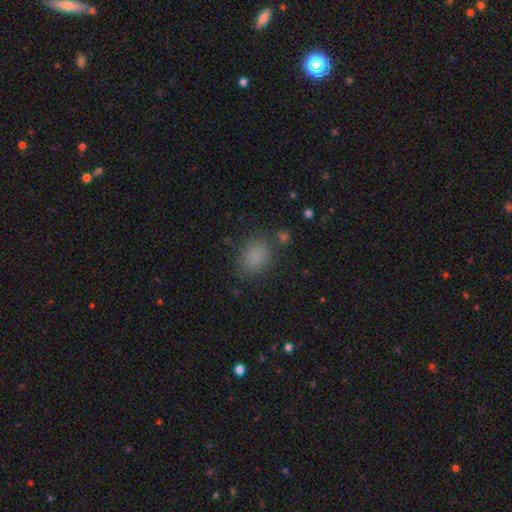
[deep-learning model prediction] This appears to be a smooth galaxy with no disk features (82%) that is in between round and cigar-shaped (57%). Merging: none (82%).